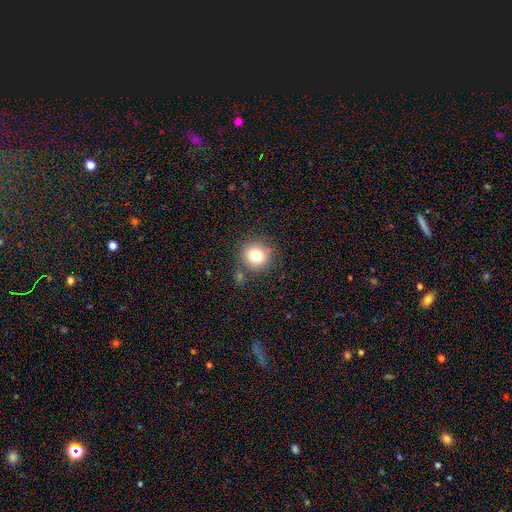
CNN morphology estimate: The model was most divided on "smooth or featured": smooth: 78%, star or artifact: 12%, featured or disk: 10%. More confident: how rounded — round (90%); merging — none (79%).